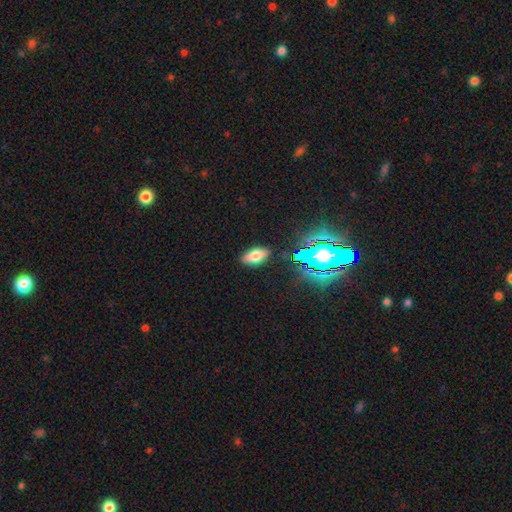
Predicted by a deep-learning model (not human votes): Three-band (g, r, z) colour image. It shows a smooth galaxy with no disk features (70%) that is in between round and cigar-shaped (90%). Merging: none (86%).